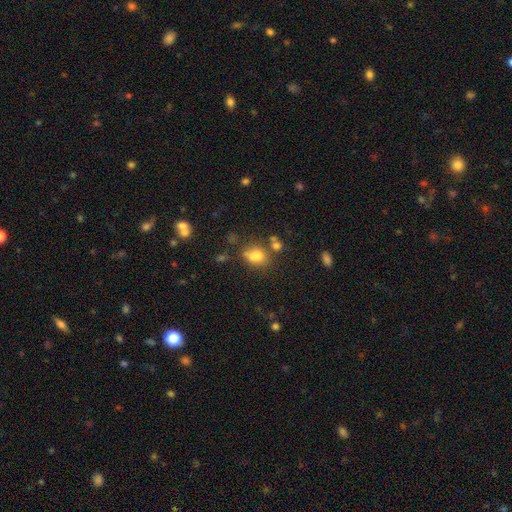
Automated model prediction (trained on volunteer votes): Overall: smooth (72%). How rounded: in between (59%; round 40%). Merging: none (45%; merger 30%).